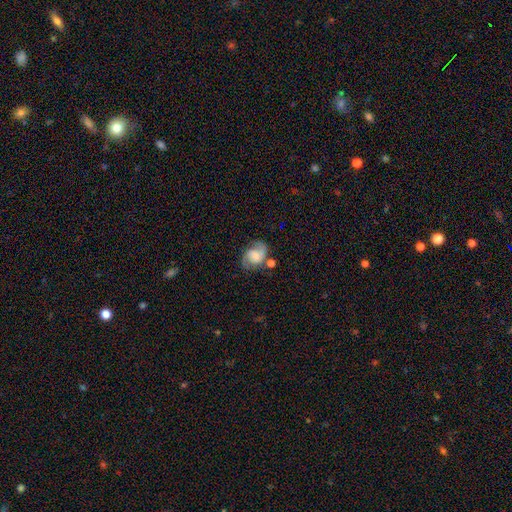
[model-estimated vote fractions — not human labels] smooth-or-featured: featured or disk: 72% | smooth: 20% | star or artifact: 8%
  disk-edge-on: no: 98% | yes: 2%
    bar: no: 48% | weak: 42% | strong: 10%
    has-spiral-arms: yes: 94% | no: 6%
      spiral-winding: medium: 52% | tight: 24% | loose: 24%
      spiral-arm-count: 2: 86% | can't tell: 5% | 1: 4% | 3: 2% | 4: 1% | more than 4: 1%
    bulge-size: small: 36% | moderate: 29% | none: 21% | large: 11% | dominant: 3%
  merging: none: 61% | minor disturbance: 19% | merger: 11% | major disturbance: 9%